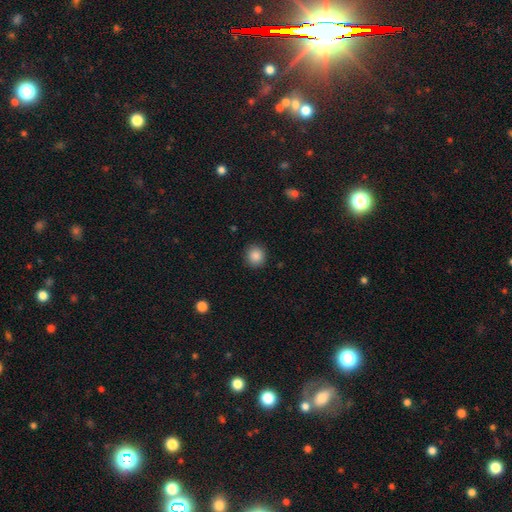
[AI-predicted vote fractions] Overall: smooth (87%). How rounded: round (91%). Merging: none (91%).